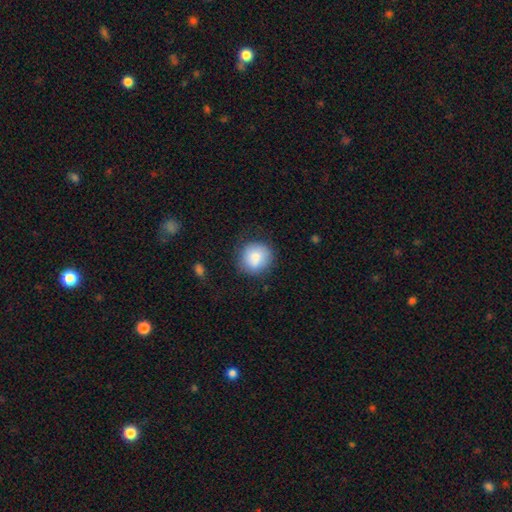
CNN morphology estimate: smooth 82%, featured or disk 10%, star or artifact 8%. Down the decision tree: how rounded — round (88%); merging — none (77%).